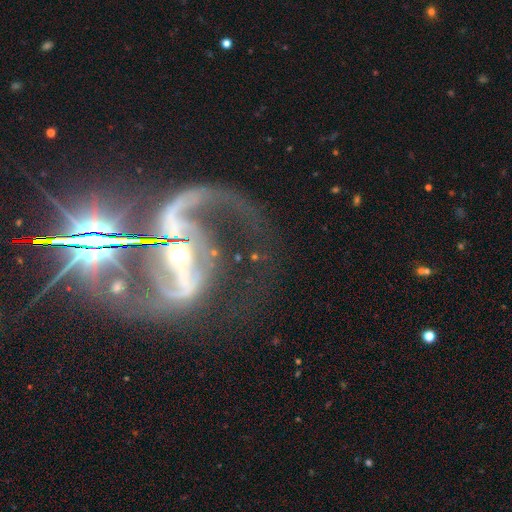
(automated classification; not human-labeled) smooth_or_featured: featured or disk (p=0.88) [alt: star or artifact p=0.09]
disk_edge_on: no (p=0.96) [alt: yes p=0.04]
bar: strong (p=0.64) [alt: weak p=0.21]
has_spiral_arms: yes (p=0.96) [alt: no p=0.04]
spiral_winding: loose (p=0.48) [alt: medium p=0.42]
spiral_arm_count: 2 (p=0.87) [alt: 1 p=0.06]
bulge_size: small (p=0.58) [alt: moderate p=0.37]
merging: none (p=0.45) [alt: major disturbance p=0.30]